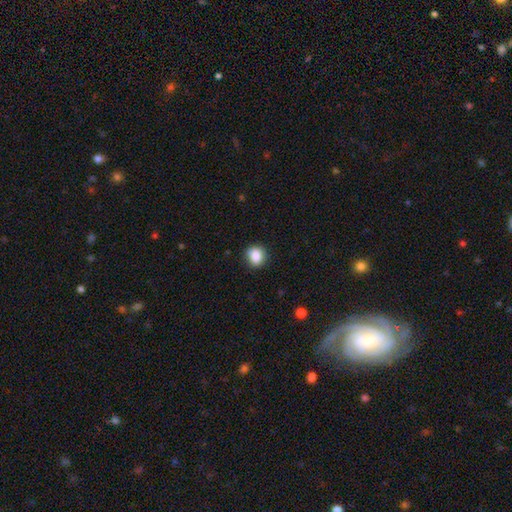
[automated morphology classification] A smooth galaxy with no disk features (85%) that is round (69%). Merging: none (84%).